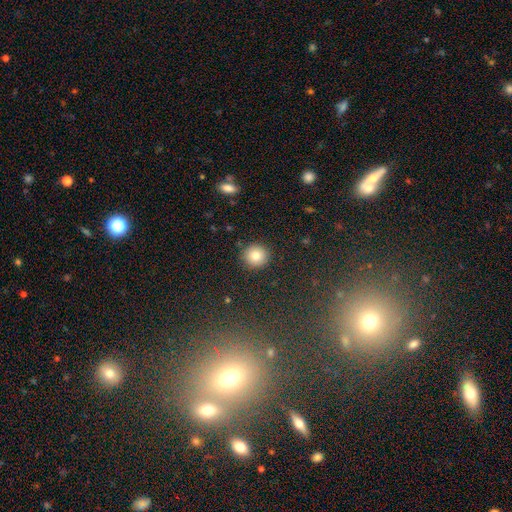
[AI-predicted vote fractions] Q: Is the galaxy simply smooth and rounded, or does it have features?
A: smooth — 82%.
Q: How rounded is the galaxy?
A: round — 94%.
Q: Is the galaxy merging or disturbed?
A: none — 91%.